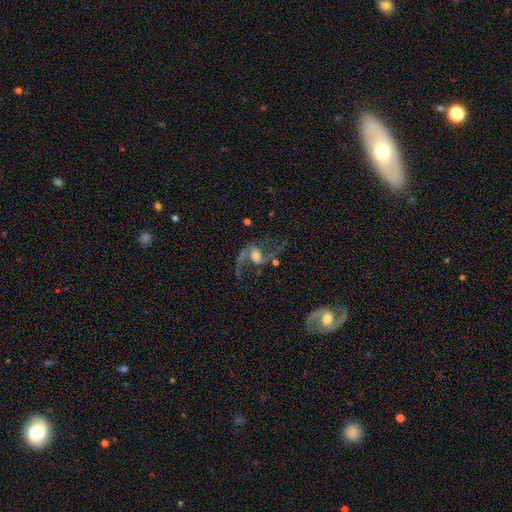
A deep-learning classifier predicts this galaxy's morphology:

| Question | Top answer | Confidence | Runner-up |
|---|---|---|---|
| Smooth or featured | featured or disk | 89% | star or artifact (6%) |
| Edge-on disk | no | 97% | yes (3%) |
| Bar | weak | 45% | no (37%) |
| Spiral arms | yes | 97% | no (3%) |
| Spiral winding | loose | 75% | medium (22%) |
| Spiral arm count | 2 | 93% | 1 (2%) |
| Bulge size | moderate | 50% | small (32%) |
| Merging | none | 64% | major disturbance (17%) |